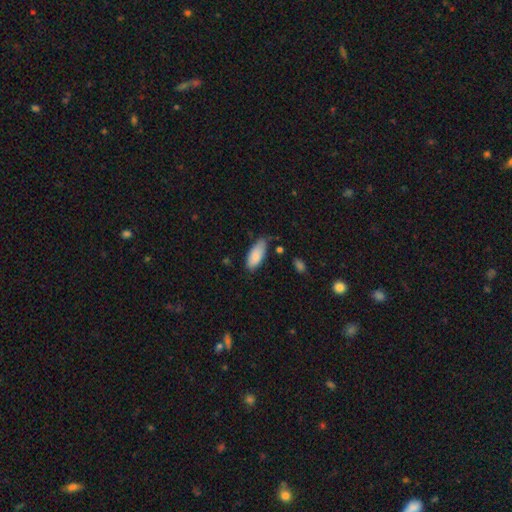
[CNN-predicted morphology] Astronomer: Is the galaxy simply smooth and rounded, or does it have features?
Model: smooth — 86%.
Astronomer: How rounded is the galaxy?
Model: in between — 88%.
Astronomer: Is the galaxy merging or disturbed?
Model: none — 58%.